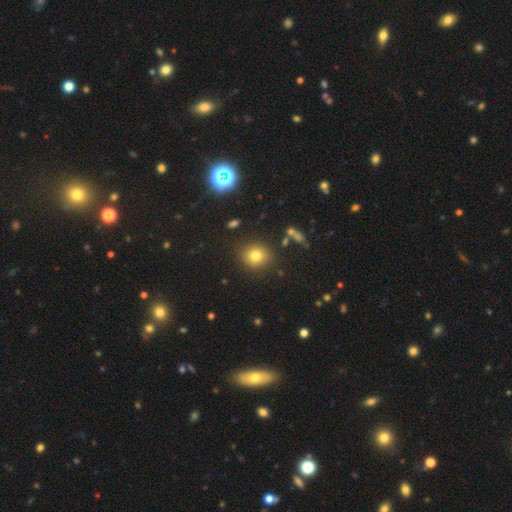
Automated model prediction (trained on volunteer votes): Smooth or featured?
  - smooth: 77% *
  - star or artifact: 14%
  - featured or disk: 9%
How rounded?
  - round: 84% *
  - in between: 15%
  - cigar-shaped: 1%
Merging?
  - none: 87% *
  - minor disturbance: 8%
  - major disturbance: 3%
  - merger: 2%